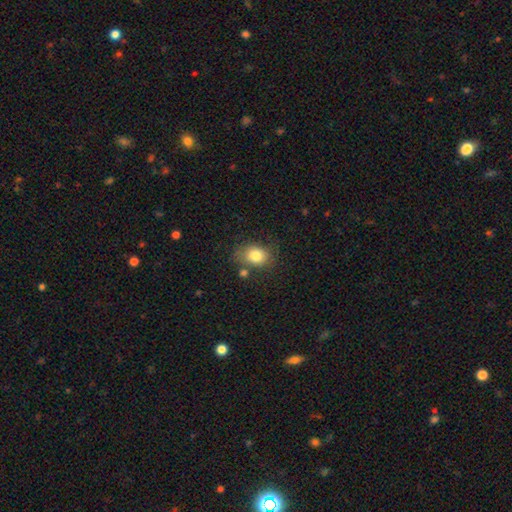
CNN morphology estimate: This appears to be a smooth galaxy with no disk features (80%) that is in between round and cigar-shaped (59%). Merging: none (66%).